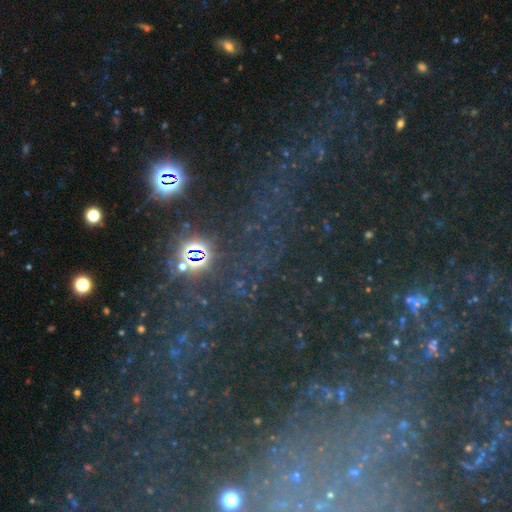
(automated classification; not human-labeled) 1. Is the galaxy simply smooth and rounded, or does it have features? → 72% star or artifact, 16% smooth, 11% featured or disk.